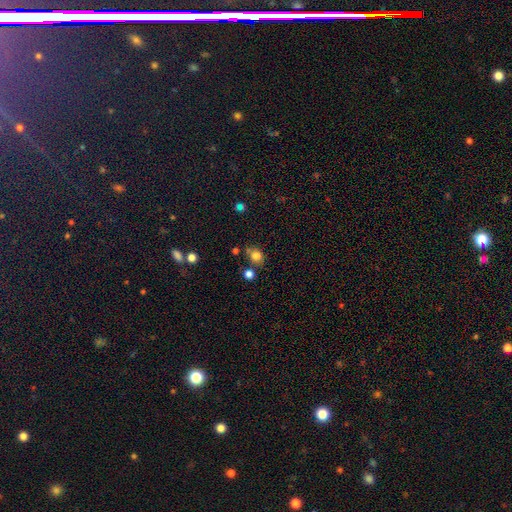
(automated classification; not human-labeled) A smooth galaxy with no disk features (80%) that is round (65%).

Vote fractions:
- Smooth or featured? smooth: 80% / star or artifact: 13% / featured or disk: 8%
- How rounded? round: 65% / in between: 34% / cigar-shaped: 1%
- Merging? none: 66% / minor disturbance: 17% / merger: 12% / major disturbance: 5%